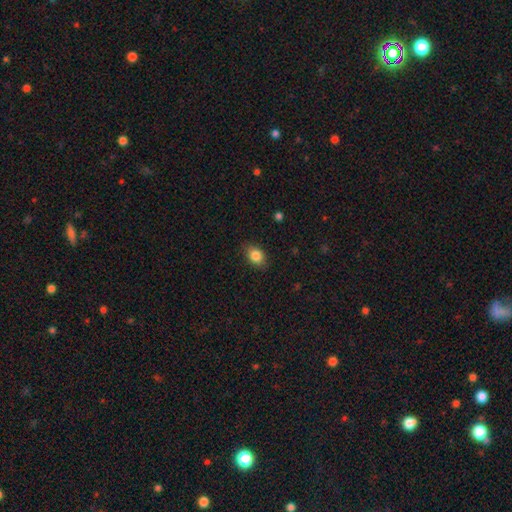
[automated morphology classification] Smooth or featured? smooth (85%)
How rounded? in between (74%)
Merging? none (84%)